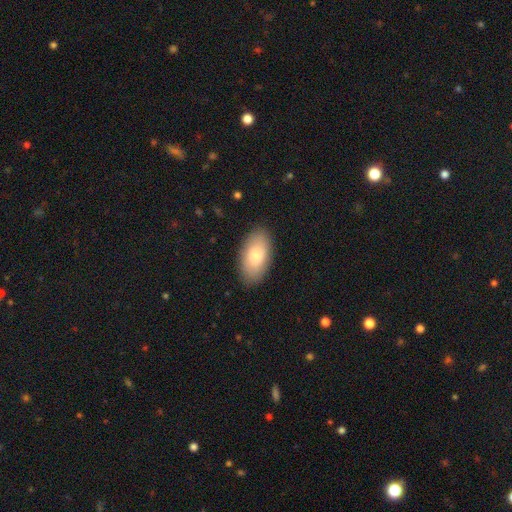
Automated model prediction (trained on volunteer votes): smooth 80%, featured or disk 14%, star or artifact 6%. Down the decision tree: how rounded — in between (95%); merging — none (86%).